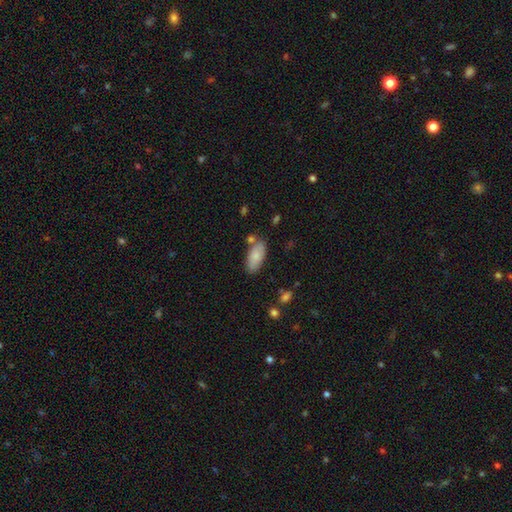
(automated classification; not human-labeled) This appears to be a smooth galaxy with no disk features (81%) that is in between round and cigar-shaped (90%). Merging: none (75%).